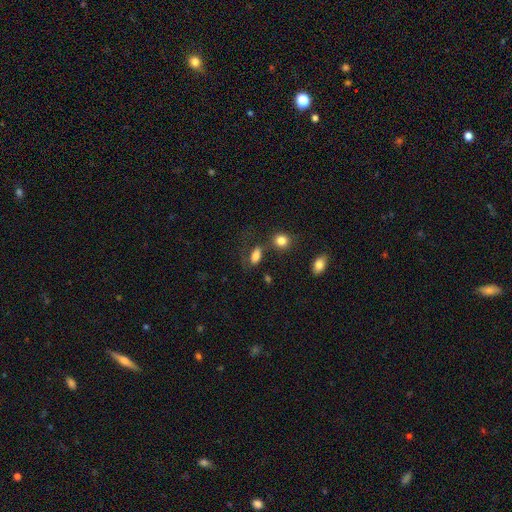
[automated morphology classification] Q: Smooth or featured?
A: smooth (82%); runner-up: star or artifact (10%)
Q: How rounded?
A: in between (83%); runner-up: round (12%)
Q: Merging?
A: none (55%); runner-up: minor disturbance (19%)